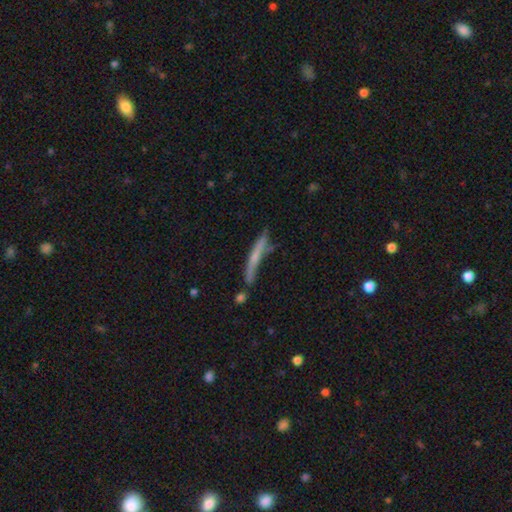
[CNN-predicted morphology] smooth 48%, featured or disk 44%, star or artifact 8%. Down the decision tree: merging — none (59%).